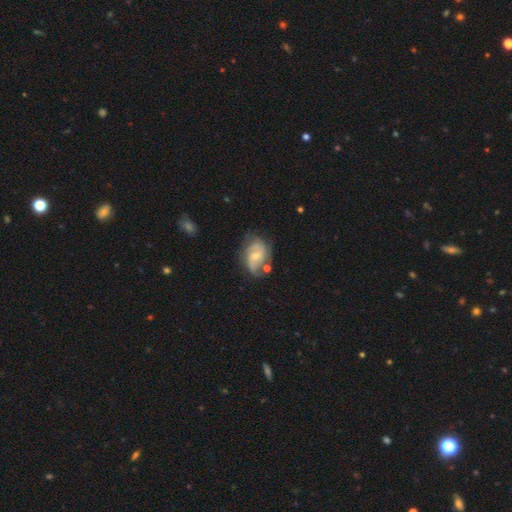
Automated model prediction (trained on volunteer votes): Q: Smooth or featured?
A: featured or disk (72%); runner-up: smooth (21%)
Q: Edge-on disk?
A: no (97%); runner-up: yes (3%)
Q: Bar?
A: weak (47%); runner-up: no (43%)
Q: Spiral arms?
A: yes (90%); runner-up: no (10%)
Q: Spiral winding?
A: medium (46%); runner-up: tight (31%)
Q: Spiral arm count?
A: 2 (61%); runner-up: can't tell (19%)
Q: Bulge size?
A: small (48%); runner-up: moderate (45%)
Q: Merging?
A: none (53%); runner-up: minor disturbance (25%)